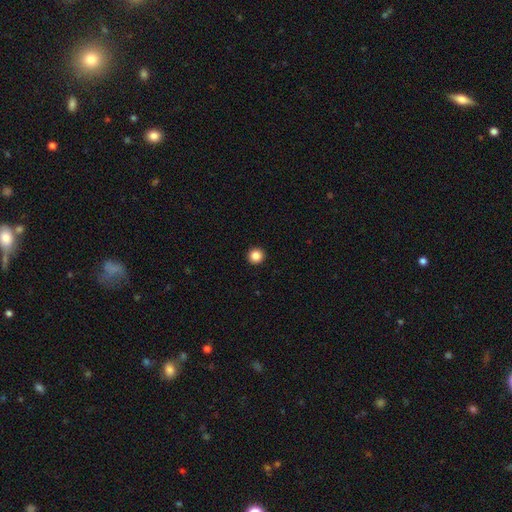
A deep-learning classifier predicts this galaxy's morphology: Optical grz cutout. It shows a smooth galaxy with no disk features (86%) that is round (96%). Merging: none (94%).